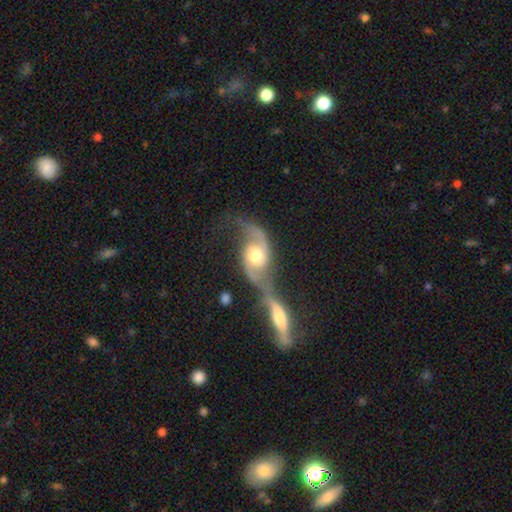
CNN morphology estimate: A featured or disk galaxy (82%) with no bar (60%), 2 (90%) loose (59%) spiral arms (94%) and a moderate central bulge (67%).

Vote fractions:
- Smooth or featured? featured or disk: 82% / smooth: 12% / star or artifact: 6%
- Edge-on disk? no: 94% / yes: 6%
- Bar? no: 60% / weak: 31% / strong: 9%
- Spiral arms? yes: 94% / no: 6%
- Spiral winding? loose: 59% / medium: 31% / tight: 9%
- Spiral arm count? 2: 90% / can't tell: 4% / 1: 3% / 3: 1% / 4: 1% / more than 4: 1%
- Bulge size? moderate: 67% / large: 18% / small: 12% / dominant: 2% / none: 1%
- Merging? merger: 70% / none: 16% / major disturbance: 7% / minor disturbance: 7%